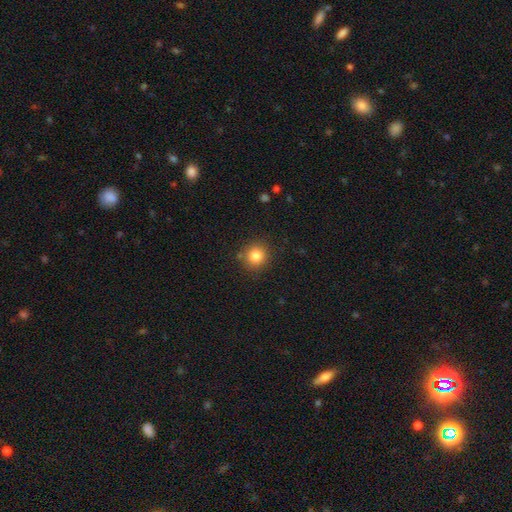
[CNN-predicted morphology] Smooth or featured: smooth — 83% (star or artifact — 11%)
How rounded: round — 88% (in between — 11%)
Merging: none — 86% (minor disturbance — 9%)